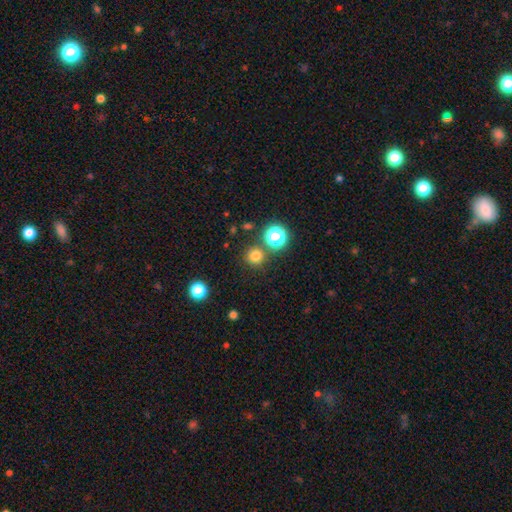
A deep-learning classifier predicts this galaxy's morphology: A smooth galaxy with no disk features (76%) that is round (95%).

Vote fractions:
- Smooth or featured? smooth: 76% / star or artifact: 19% / featured or disk: 5%
- How rounded? round: 95% / in between: 4% / cigar-shaped: 1%
- Merging? none: 83% / merger: 8% / minor disturbance: 7% / major disturbance: 3%